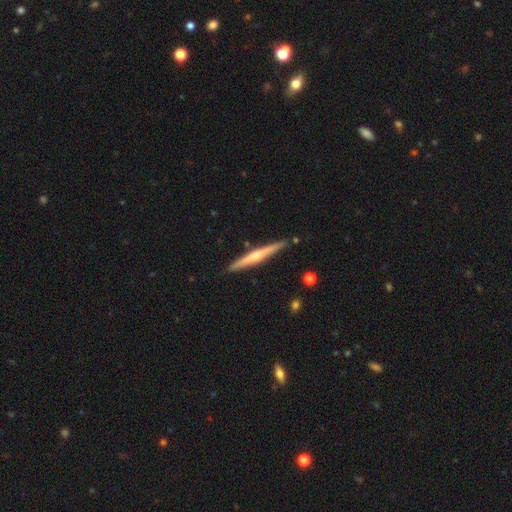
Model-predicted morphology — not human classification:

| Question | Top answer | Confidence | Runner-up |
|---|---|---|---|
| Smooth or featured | featured or disk | 59% | smooth (36%) |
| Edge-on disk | yes | 97% | no (3%) |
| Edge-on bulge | rounded | 62% | none (31%) |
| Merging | none | 88% | minor disturbance (8%) |